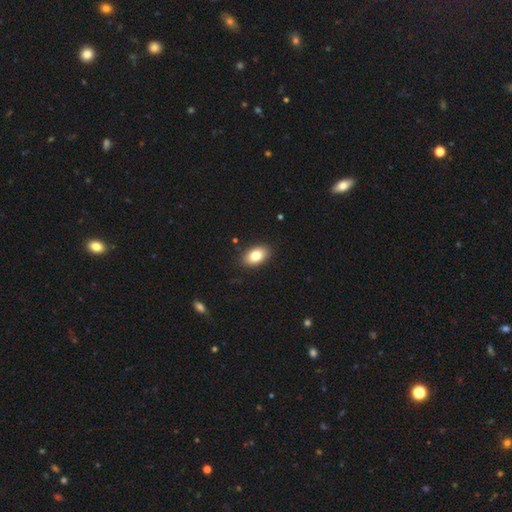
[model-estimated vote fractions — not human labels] This appears to be a smooth galaxy with no disk features (83%) that is in between round and cigar-shaped (90%). Merging: none (89%).